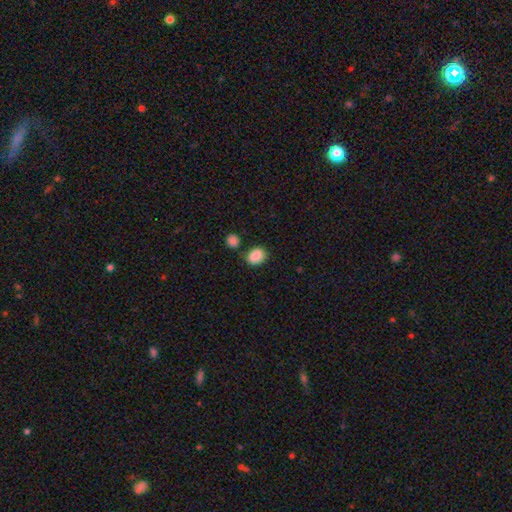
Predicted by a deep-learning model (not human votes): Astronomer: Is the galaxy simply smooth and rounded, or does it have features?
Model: smooth — 88%.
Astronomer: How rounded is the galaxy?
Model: in between — 67%.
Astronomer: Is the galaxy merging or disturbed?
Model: none — 70%.